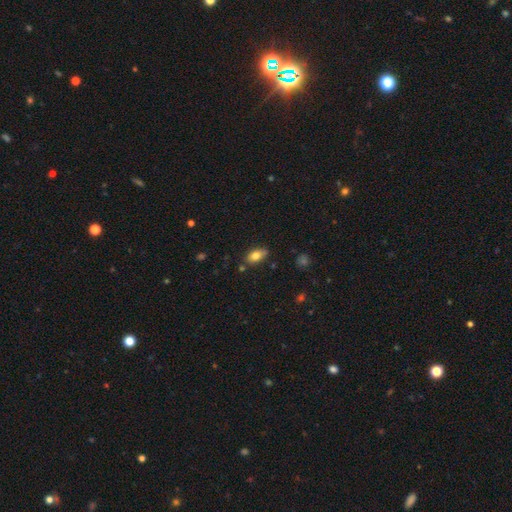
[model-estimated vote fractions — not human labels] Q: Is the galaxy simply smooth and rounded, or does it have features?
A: smooth — 79%.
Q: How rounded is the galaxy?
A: in between — 88%.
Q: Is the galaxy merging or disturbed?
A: none — 76%.